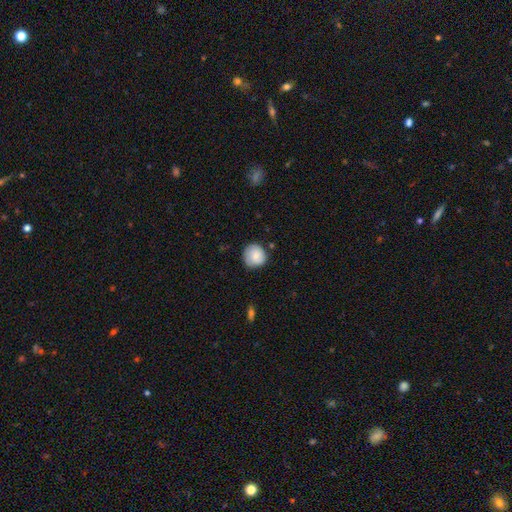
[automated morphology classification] Q: Smooth or featured?
A: smooth (82%); runner-up: featured or disk (11%)
Q: How rounded?
A: round (92%); runner-up: in between (7%)
Q: Merging?
A: none (78%); runner-up: minor disturbance (17%)